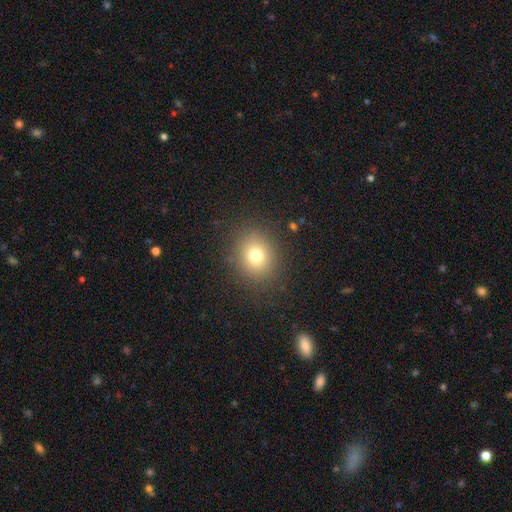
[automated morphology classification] A smooth galaxy with no disk features (75%) that is round (75%).

Vote fractions:
- Smooth or featured? smooth: 75% / star or artifact: 15% / featured or disk: 10%
- How rounded? round: 75% / in between: 24% / cigar-shaped: 1%
- Merging? none: 86% / minor disturbance: 9% / major disturbance: 4% / merger: 1%